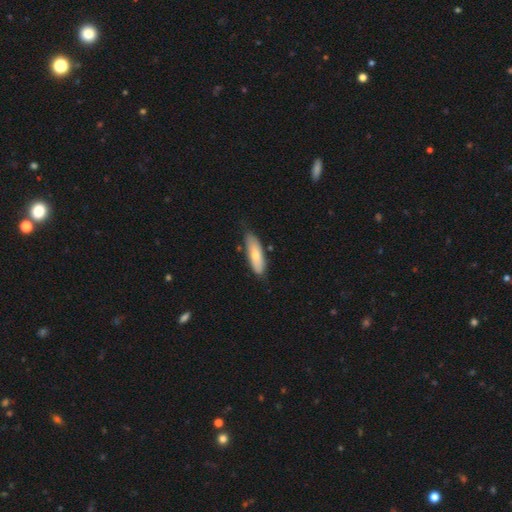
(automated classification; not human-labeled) smooth-or-featured: smooth: 71% | featured or disk: 23% | star or artifact: 6%
  how-rounded: in between: 55% | cigar-shaped: 43% | round: 2%
  merging: none: 72% | minor disturbance: 22% | major disturbance: 4% | merger: 3%